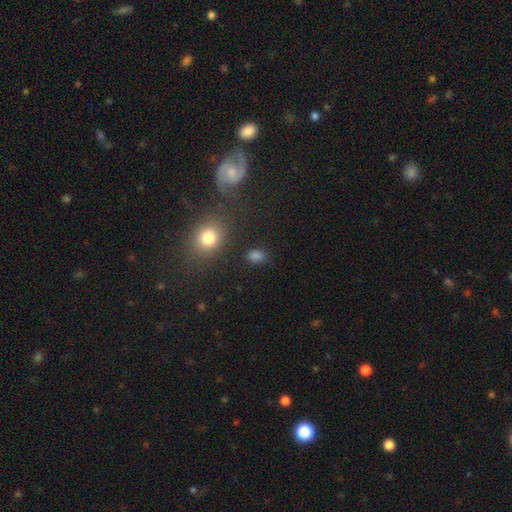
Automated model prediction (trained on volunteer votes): smooth 80%, star or artifact 15%, featured or disk 5%. Down the decision tree: how rounded — in between (73%); merging — none (79%).